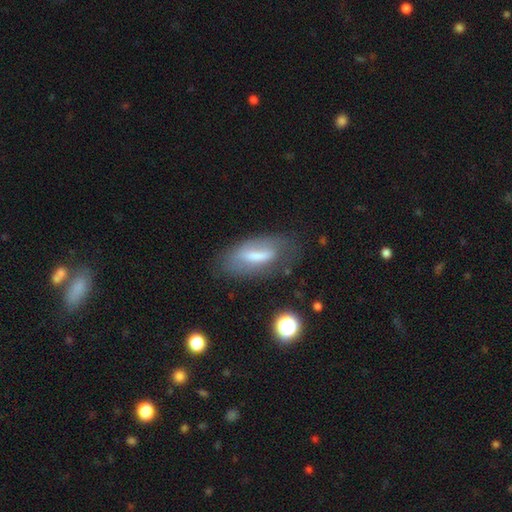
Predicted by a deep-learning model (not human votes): Smooth or featured? Predicted: smooth (p=0.49). Merging? Predicted: none (p=0.60).